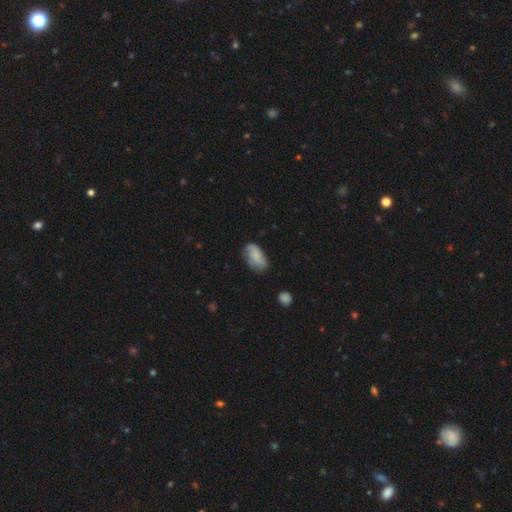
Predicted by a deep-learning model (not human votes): A smooth galaxy with no disk features (67%) that is in between round and cigar-shaped (91%).

Vote fractions:
- Smooth or featured? smooth: 67% / featured or disk: 25% / star or artifact: 8%
- How rounded? in between: 91% / round: 6% / cigar-shaped: 3%
- Merging? none: 54% / minor disturbance: 32% / major disturbance: 11% / merger: 2%